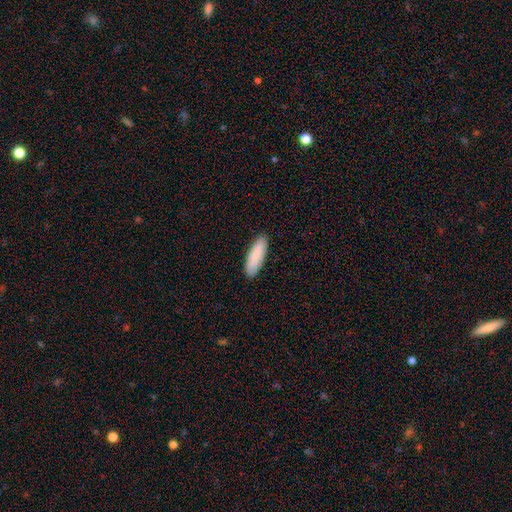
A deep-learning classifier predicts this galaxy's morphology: smooth_or_featured: smooth (p=0.86) [alt: featured or disk p=0.08]
how_rounded: in between (p=0.51) [alt: cigar-shaped p=0.47]
merging: none (p=0.88) [alt: minor disturbance p=0.09]